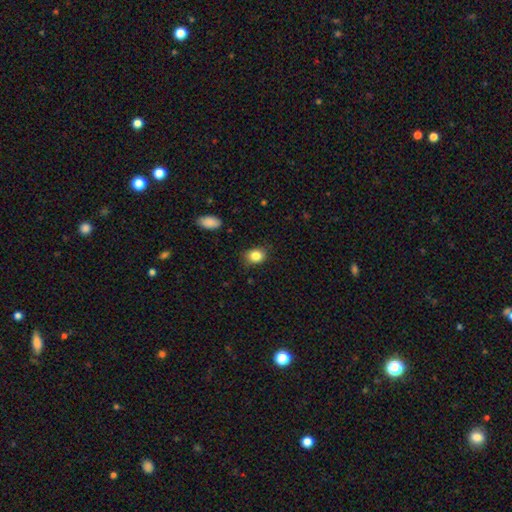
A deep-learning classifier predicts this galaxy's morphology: This appears to be a smooth galaxy with no disk features (85%) that is in between round and cigar-shaped (56%). Merging: none (82%).